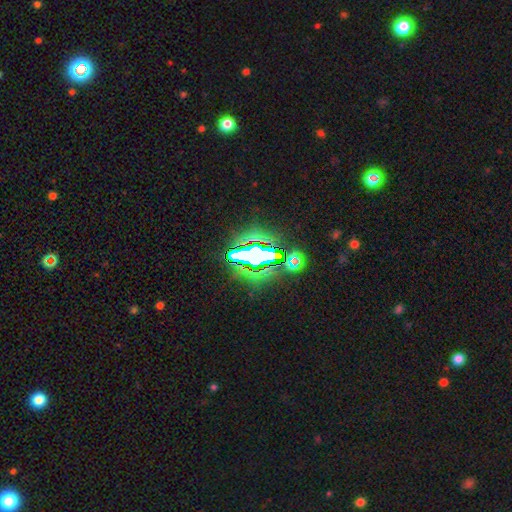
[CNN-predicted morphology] This is likely a star or artifact rather than a galaxy (67%).